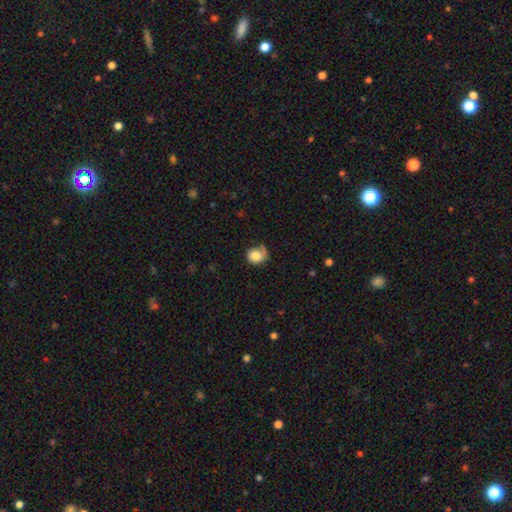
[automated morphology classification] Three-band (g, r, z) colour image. It shows a smooth galaxy with no disk features (71%) that is round (68%). Merging: none (45%).